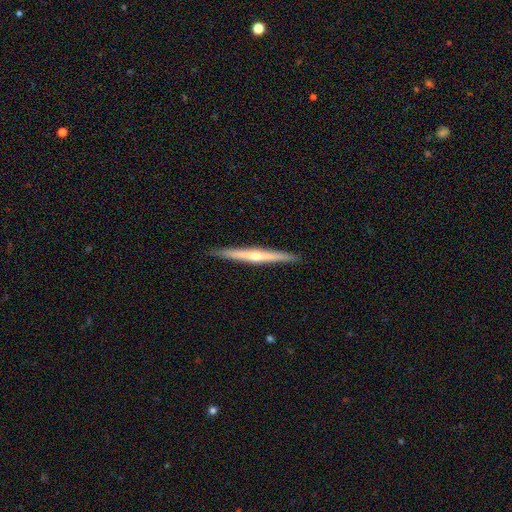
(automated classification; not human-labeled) Overall: featured or disk (71%). Edge-on disk: yes (98%). Edge-on bulge: rounded (79%). Merging: none (92%).